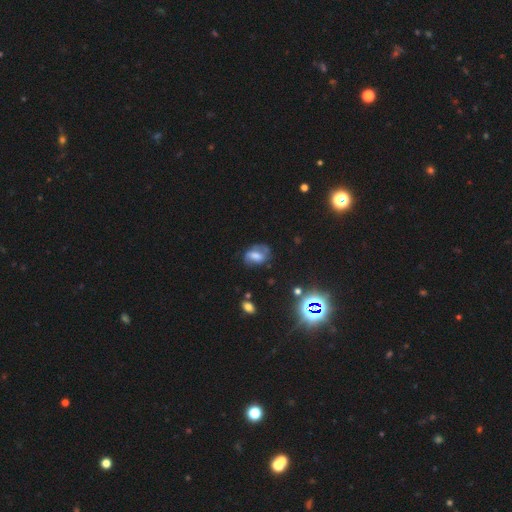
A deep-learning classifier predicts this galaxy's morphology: This is possibly a featured or disk galaxy (48%). Merging: possibly none (58%).